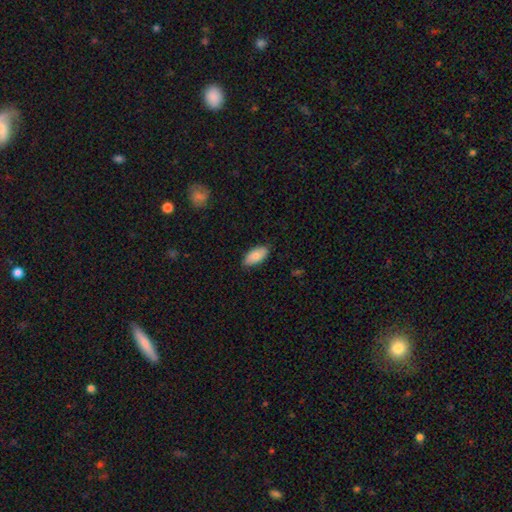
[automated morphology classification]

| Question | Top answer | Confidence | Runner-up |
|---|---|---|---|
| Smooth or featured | smooth | 82% | featured or disk (12%) |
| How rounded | in between | 92% | cigar-shaped (5%) |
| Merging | none | 85% | minor disturbance (12%) |